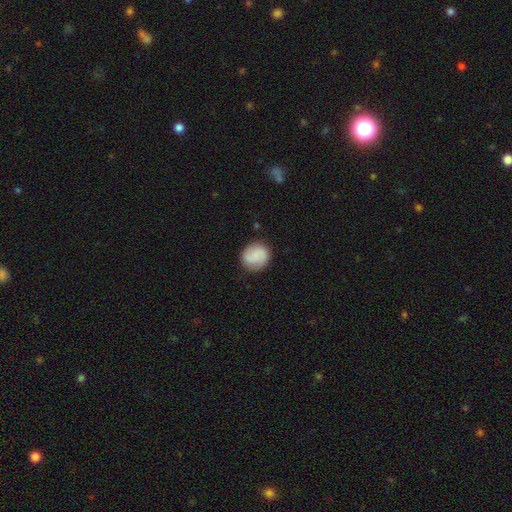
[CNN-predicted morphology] smooth 61%, featured or disk 32%, star or artifact 7%. Down the decision tree: how rounded — round (80%); merging — none (83%).